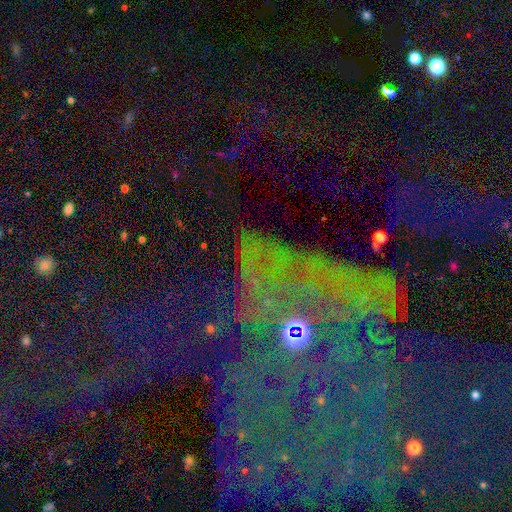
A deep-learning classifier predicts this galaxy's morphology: type=star or artifact (72%).